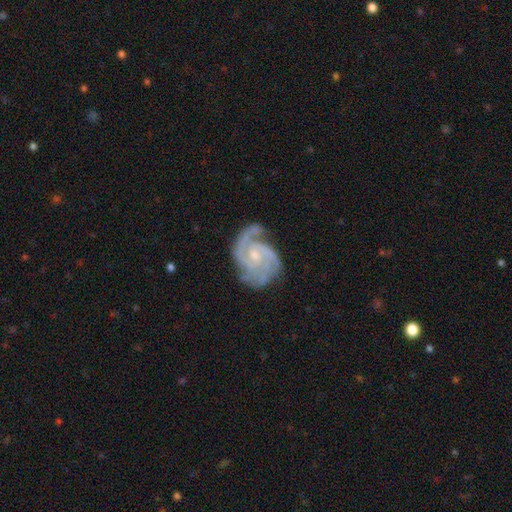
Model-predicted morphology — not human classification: smooth-or-featured: featured or disk: 91% | smooth: 4% | star or artifact: 4%
  disk-edge-on: no: 98% | yes: 2%
    bar: no: 62% | weak: 32% | strong: 6%
    has-spiral-arms: yes: 98% | no: 2%
      spiral-winding: tight: 52% | medium: 41% | loose: 7%
      spiral-arm-count: 2: 42% | 3: 35% | can't tell: 9% | 4: 5% | 1: 5% | more than 4: 4%
    bulge-size: small: 60% | moderate: 34% | none: 4% | large: 1% | dominant: 1%
  merging: none: 64% | minor disturbance: 23% | major disturbance: 11% | merger: 2%